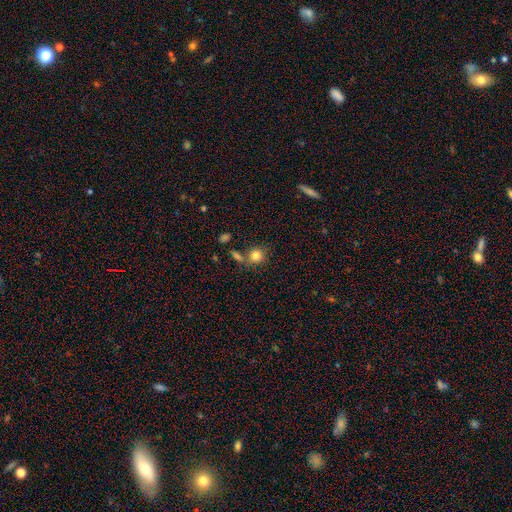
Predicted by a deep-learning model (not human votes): The model was most divided on "merging": none: 66%, merger: 17%, minor disturbance: 12%, major disturbance: 4%. More confident: how rounded — round (84%); smooth or featured — smooth (82%).